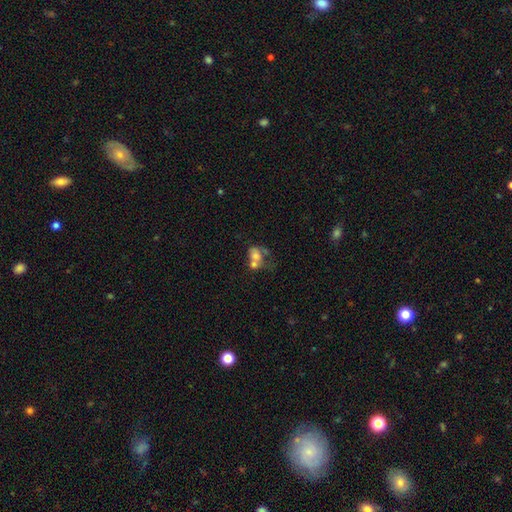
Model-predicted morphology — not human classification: smooth-or-featured: smooth: 61% | featured or disk: 27% | star or artifact: 12%
  how-rounded: in between: 59% | round: 39% | cigar-shaped: 1%
  merging: merger: 58% | none: 19% | major disturbance: 12% | minor disturbance: 10%